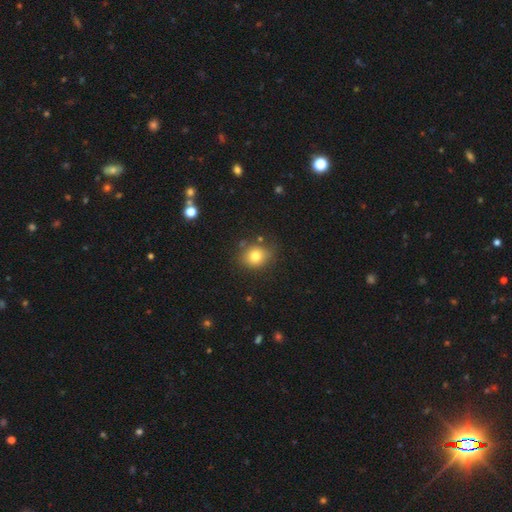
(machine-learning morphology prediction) Q: Smooth or featured?
A: smooth (78%); runner-up: star or artifact (12%)
Q: How rounded?
A: round (71%); runner-up: in between (28%)
Q: Merging?
A: none (77%); runner-up: minor disturbance (16%)